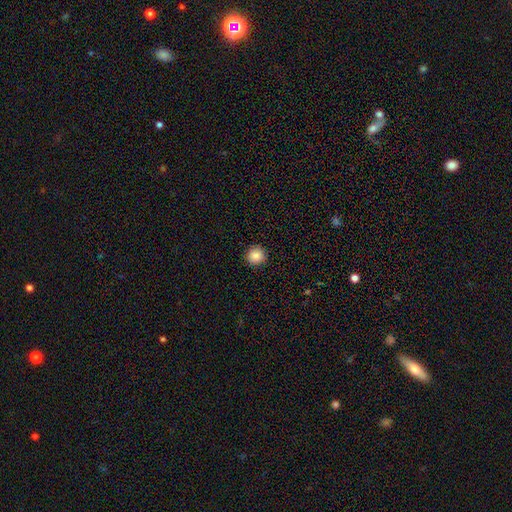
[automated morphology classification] smooth-or-featured: smooth: 86% | star or artifact: 10% | featured or disk: 5%
  how-rounded: round: 94% | in between: 5% | cigar-shaped: 1%
  merging: none: 91% | minor disturbance: 6% | major disturbance: 2% | merger: 1%